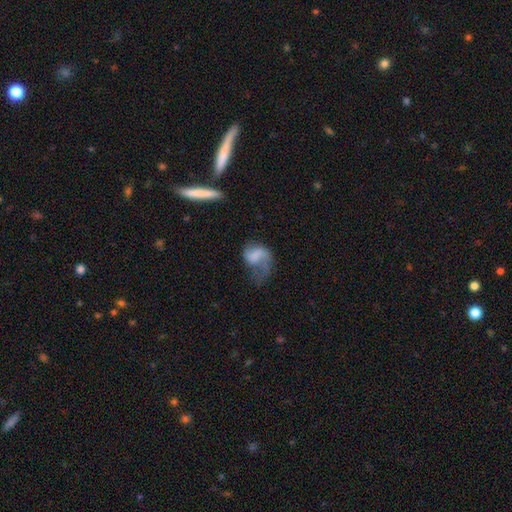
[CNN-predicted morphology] Q: Smooth or featured?
A: featured or disk (50%); runner-up: smooth (41%)
Q: Edge-on disk?
A: no (97%); runner-up: yes (3%)
Q: Merging?
A: major disturbance (52%); runner-up: none (23%)